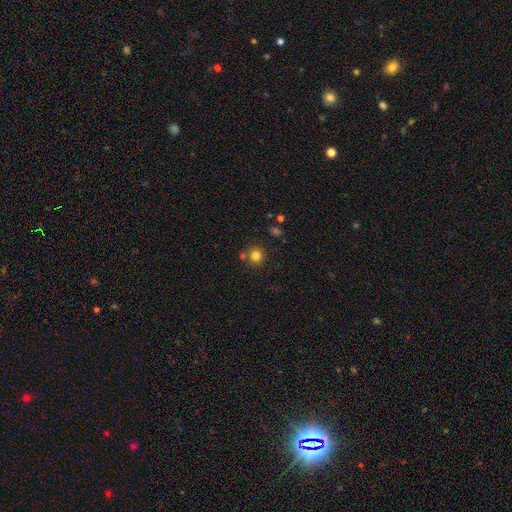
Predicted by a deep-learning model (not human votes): The model was most divided on "merging": none: 76%, merger: 12%, minor disturbance: 9%, major disturbance: 3%. More confident: how rounded — round (89%); smooth or featured — smooth (81%).